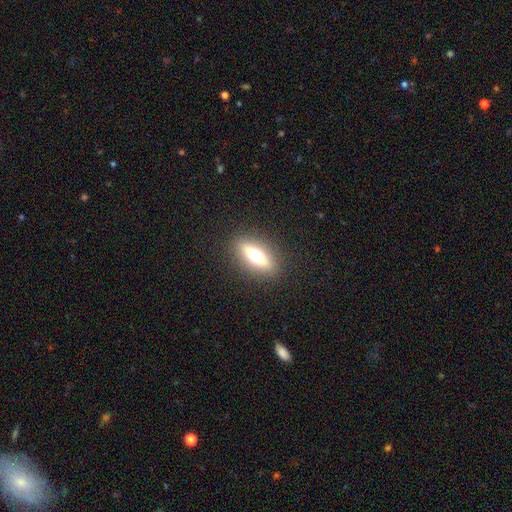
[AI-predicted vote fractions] smooth 47%, featured or disk 44%, star or artifact 9%. Down the decision tree: merging — none (88%).